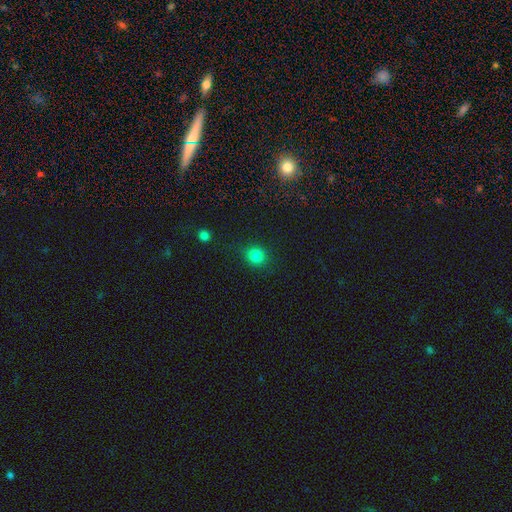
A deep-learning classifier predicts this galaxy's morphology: Smooth or featured?
  - smooth: 83% *
  - star or artifact: 13%
  - featured or disk: 4%
How rounded?
  - round: 82% *
  - in between: 17%
  - cigar-shaped: 1%
Merging?
  - none: 86% *
  - minor disturbance: 9%
  - major disturbance: 3%
  - merger: 2%